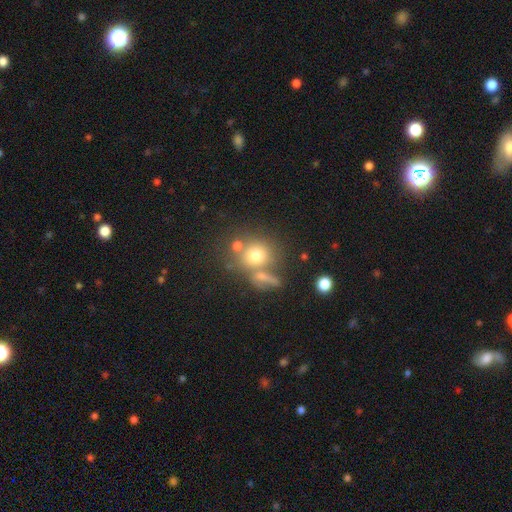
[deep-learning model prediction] Morphology: type=smooth (71%); roundness=round (78%); merging=none (53%).